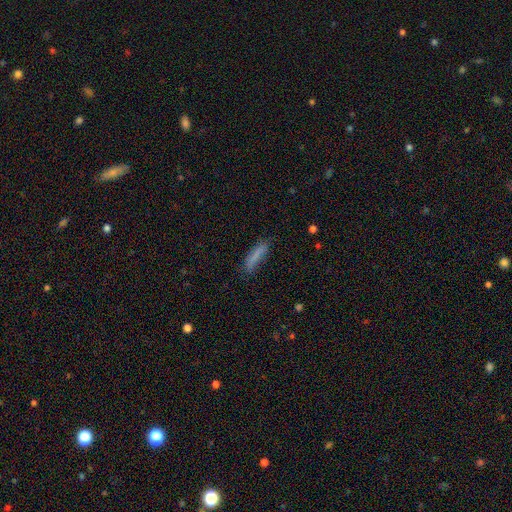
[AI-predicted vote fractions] The model was most divided on "merging": none: 72%, minor disturbance: 20%, major disturbance: 5%, merger: 2%. More confident: how rounded — cigar-shaped (83%); smooth or featured — smooth (79%).